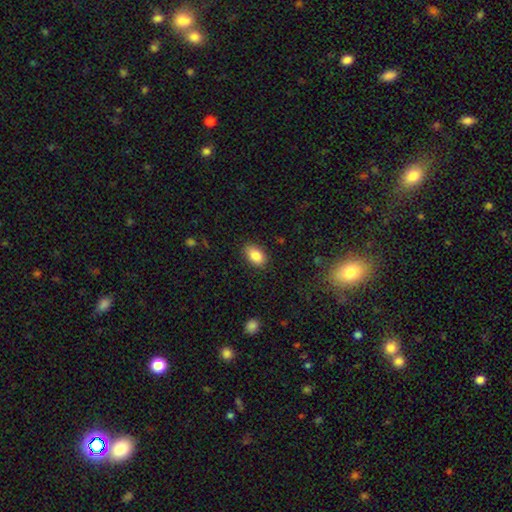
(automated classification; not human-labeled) smooth-or-featured: smooth: 86% | star or artifact: 8% | featured or disk: 6%
  how-rounded: in between: 88% | round: 10% | cigar-shaped: 2%
  merging: none: 85% | minor disturbance: 12% | major disturbance: 3% | merger: 1%